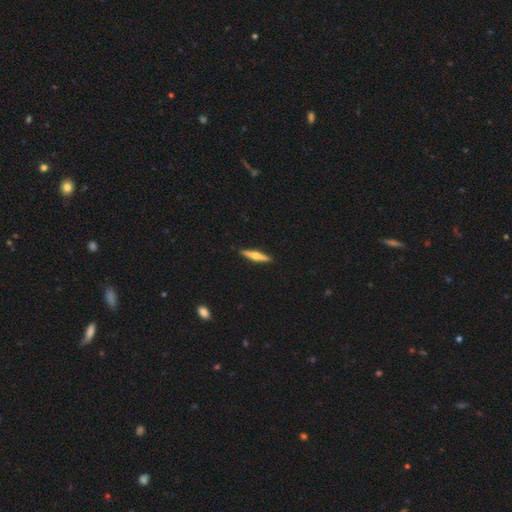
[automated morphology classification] This appears to be a featured or disk galaxy (53%) viewed edge-on (96%) with a rounded central bulge (91%). Merging: none (91%).